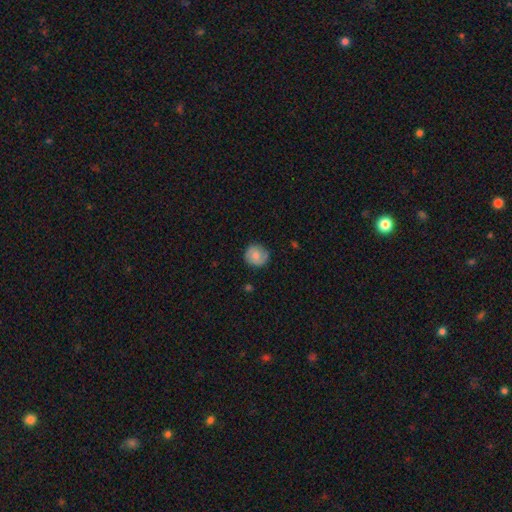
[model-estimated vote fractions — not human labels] A smooth galaxy with no disk features (61%) that is round (87%). Merging: none (81%).